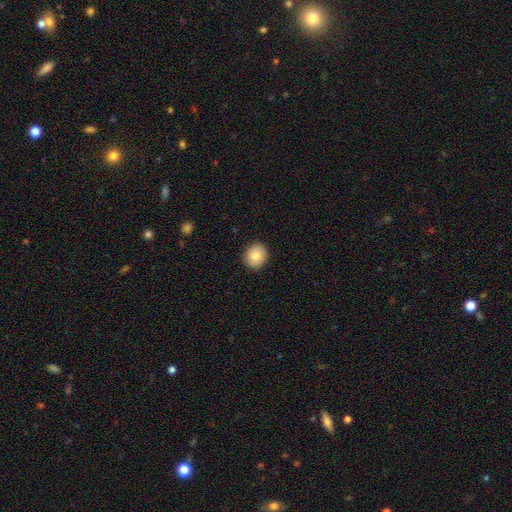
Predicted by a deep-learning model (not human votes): This is clearly a smooth galaxy (84%). How rounded: clearly round (80%). Merging: clearly none (91%).